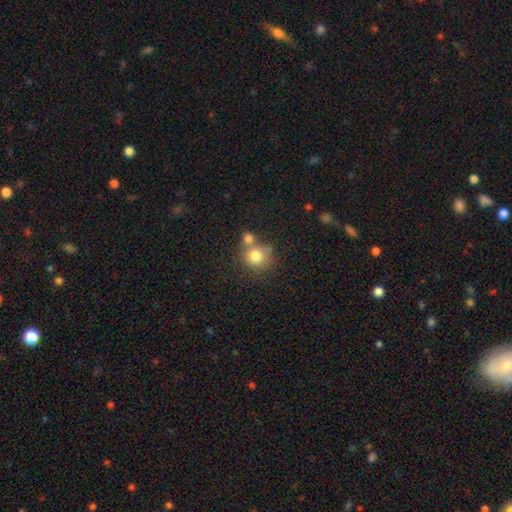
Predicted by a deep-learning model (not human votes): Morphology: type=smooth (79%); roundness=round (85%); merging=none (45%).